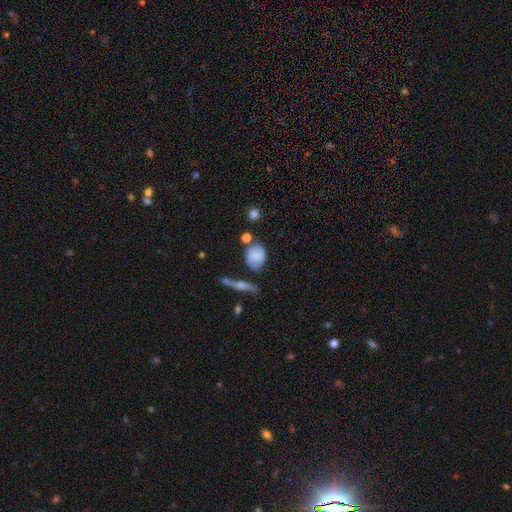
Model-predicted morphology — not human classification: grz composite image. It shows a smooth galaxy with no disk features (60%) that is in between round and cigar-shaped (55%). Merging: none (57%).